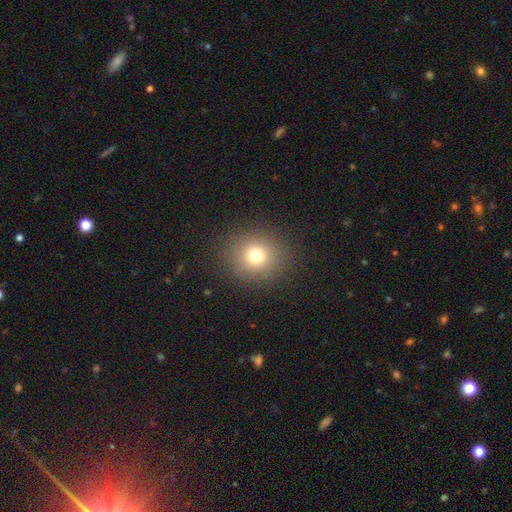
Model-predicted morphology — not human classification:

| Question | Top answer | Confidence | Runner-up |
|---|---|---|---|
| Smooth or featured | smooth | 76% | star or artifact (15%) |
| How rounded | round | 81% | in between (18%) |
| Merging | none | 87% | minor disturbance (8%) |